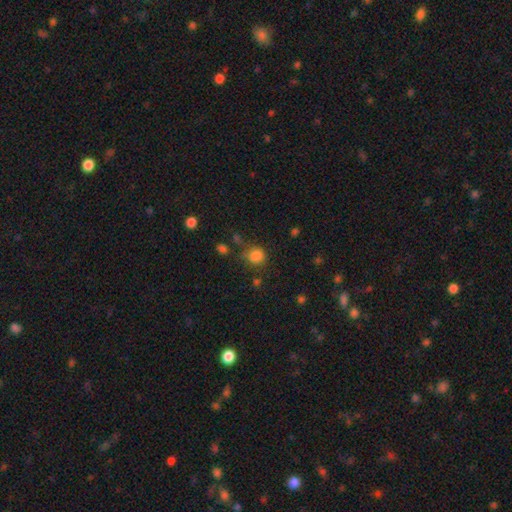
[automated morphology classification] smooth_or_featured: smooth (p=0.81) [alt: star or artifact p=0.14]
how_rounded: round (p=0.74) [alt: in between p=0.25]
merging: none (p=0.62) [alt: minor disturbance p=0.20]